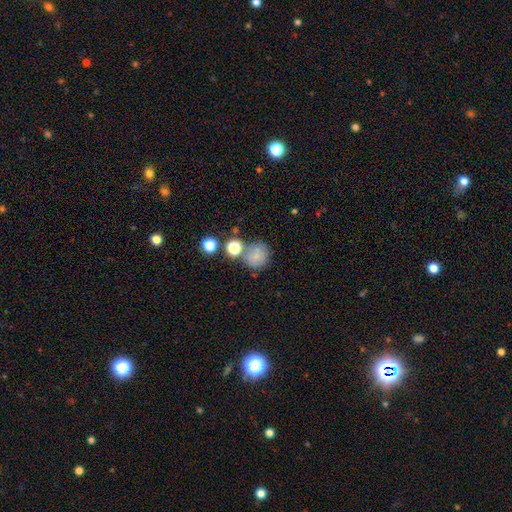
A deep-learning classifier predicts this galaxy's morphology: Q: Smooth or featured?
A: smooth (74%); runner-up: featured or disk (13%)
Q: How rounded?
A: round (86%); runner-up: in between (13%)
Q: Merging?
A: none (58%); runner-up: merger (20%)